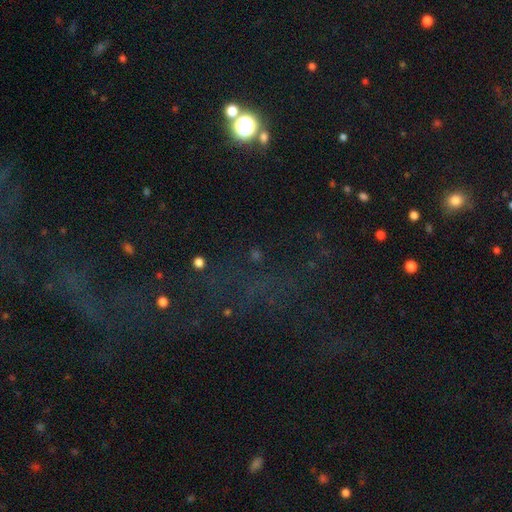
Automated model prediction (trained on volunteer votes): Smooth or featured? Predicted: star or artifact (p=0.63).